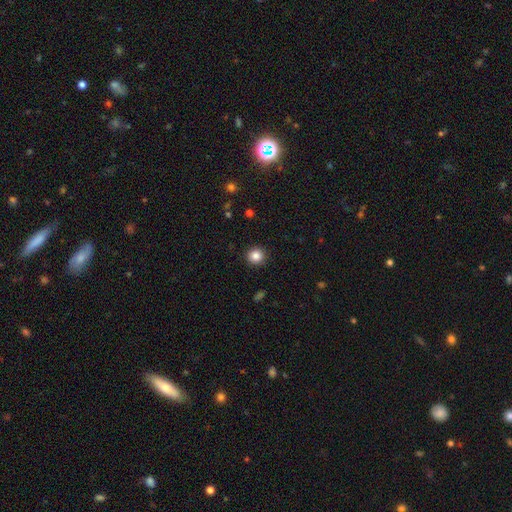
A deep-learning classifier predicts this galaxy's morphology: This appears to be a smooth galaxy with no disk features (85%) that is round (93%). Merging: none (92%).